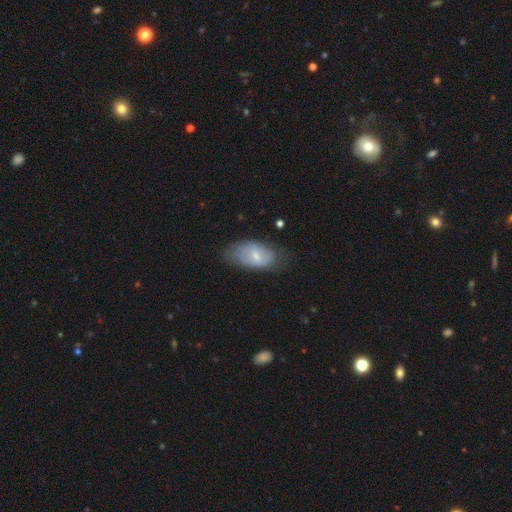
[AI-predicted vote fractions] Smooth or featured?
  - smooth: 60% *
  - featured or disk: 33%
  - star or artifact: 7%
How rounded?
  - in between: 92% *
  - round: 4%
  - cigar-shaped: 4%
Merging?
  - none: 60% *
  - minor disturbance: 29%
  - major disturbance: 9%
  - merger: 2%